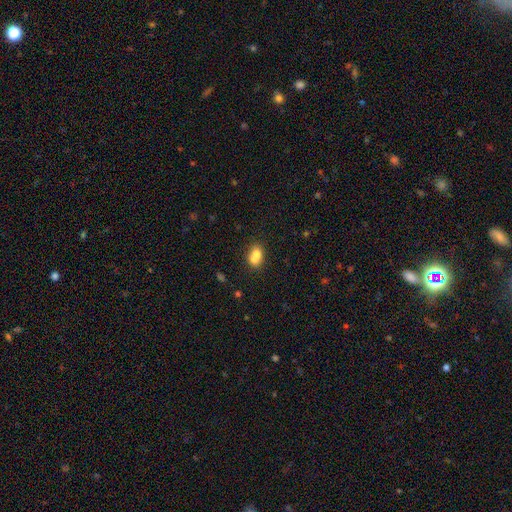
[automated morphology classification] Smooth or featured?
  - smooth: 70% *
  - featured or disk: 19%
  - star or artifact: 10%
How rounded?
  - in between: 53% *
  - round: 45%
  - cigar-shaped: 2%
Merging?
  - merger: 58% *
  - none: 30%
  - minor disturbance: 8%
  - major disturbance: 3%